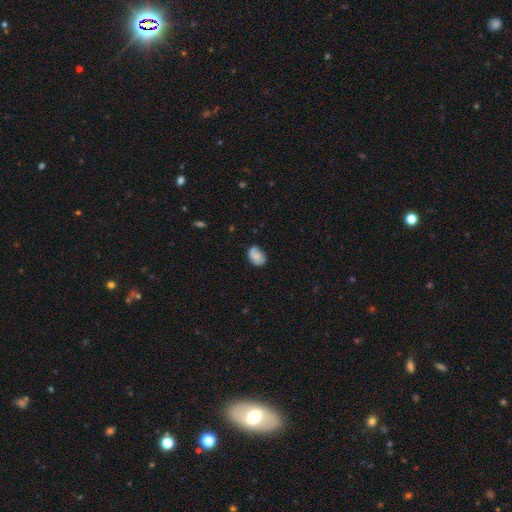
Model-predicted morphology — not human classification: This appears to be a smooth galaxy with no disk features (72%) that is in between round and cigar-shaped (79%). Merging: none (64%).